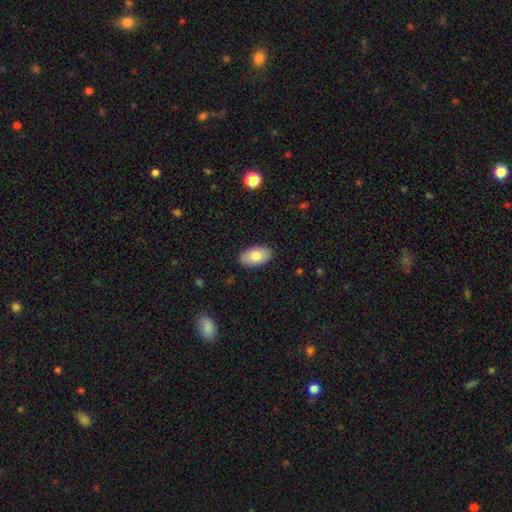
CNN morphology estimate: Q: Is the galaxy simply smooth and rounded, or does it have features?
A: smooth — 81%.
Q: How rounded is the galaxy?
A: in between — 95%.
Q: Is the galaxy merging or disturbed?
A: none — 87%.